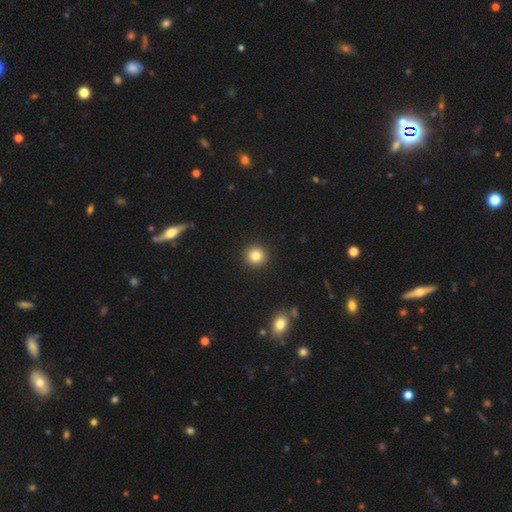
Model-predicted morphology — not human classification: Q: Smooth or featured?
A: smooth (84%); runner-up: star or artifact (11%)
Q: How rounded?
A: round (93%); runner-up: in between (6%)
Q: Merging?
A: none (93%); runner-up: minor disturbance (5%)